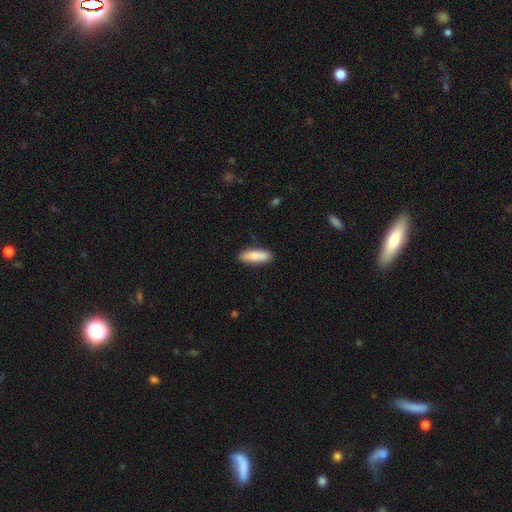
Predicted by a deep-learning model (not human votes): Morphology: type=smooth (85%); roundness=in between (56%); merging=none (87%).